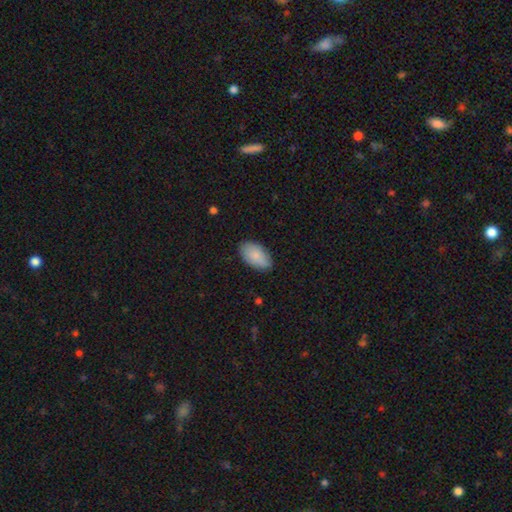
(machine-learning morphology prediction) Overall: smooth (85%). How rounded: in between (95%). Merging: none (83%).